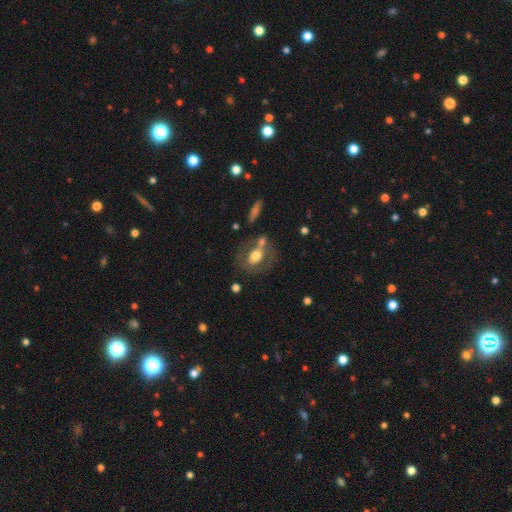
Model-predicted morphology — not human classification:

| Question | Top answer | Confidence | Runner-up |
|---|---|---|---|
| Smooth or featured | featured or disk | 47% | smooth (45%) |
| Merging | none | 53% | merger (20%) |